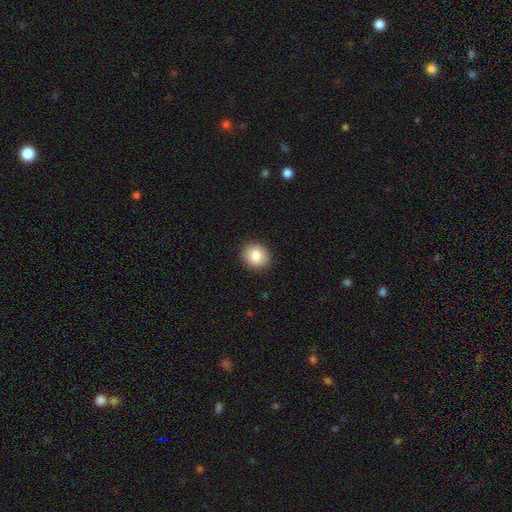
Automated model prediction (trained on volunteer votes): Overall: smooth (83%). How rounded: round (76%). Merging: none (91%).